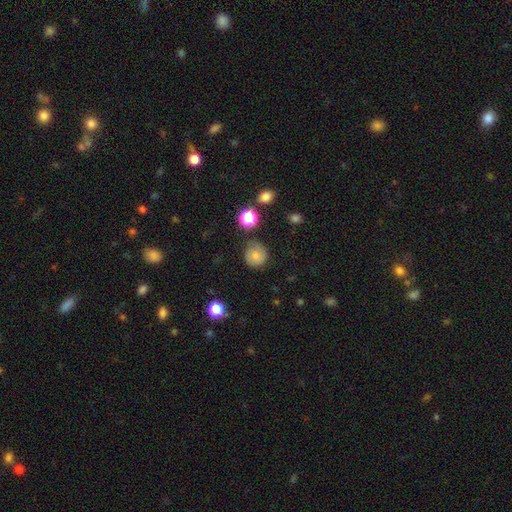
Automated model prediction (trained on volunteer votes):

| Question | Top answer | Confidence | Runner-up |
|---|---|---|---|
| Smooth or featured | smooth | 67% | featured or disk (21%) |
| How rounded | round | 89% | in between (10%) |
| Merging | none | 73% | minor disturbance (19%) |